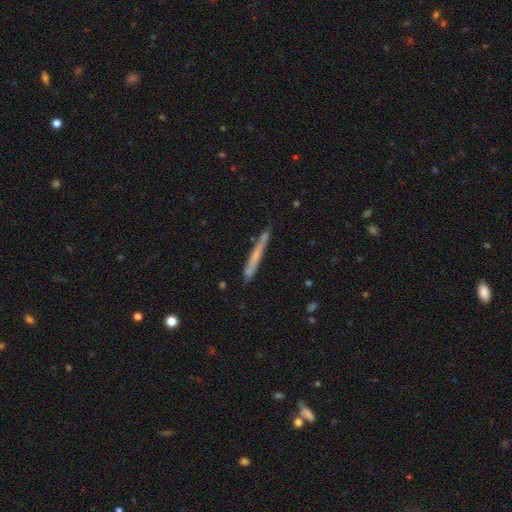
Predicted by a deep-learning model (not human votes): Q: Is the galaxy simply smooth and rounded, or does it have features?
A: smooth — 53%.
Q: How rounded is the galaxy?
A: cigar-shaped — 96%.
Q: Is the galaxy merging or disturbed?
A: none — 76%.